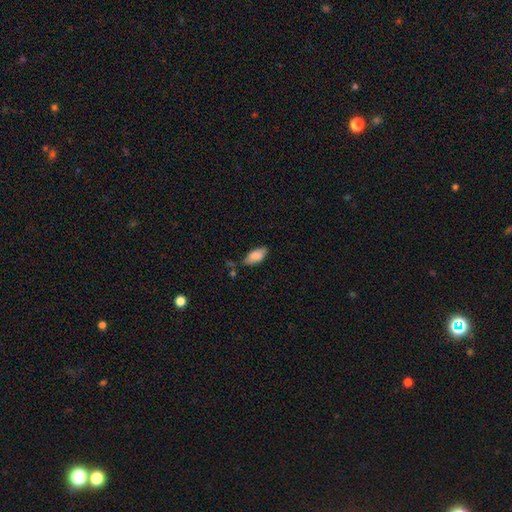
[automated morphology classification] type=smooth (84%); roundness=in between (87%); merging=none (60%).